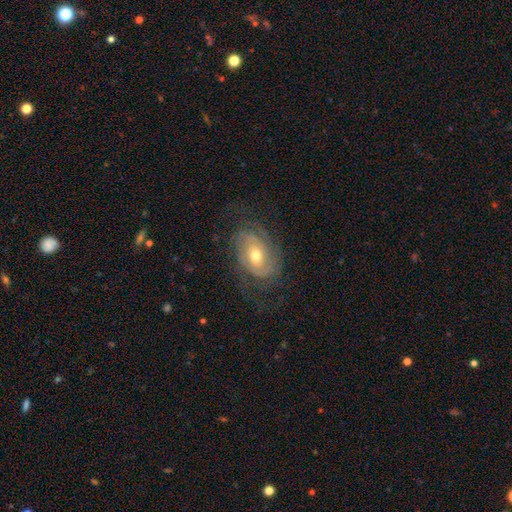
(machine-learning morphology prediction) The model was most divided on "spiral arm count": 2: 40%, can't tell: 32%, 3: 14%, 4: 5%, 1: 5%, more than 4: 4%. More confident: edge-on disk — no (95%); spiral arms — yes (89%); smooth or featured — featured or disk (77%); merging — none (68%); bar — no (64%); bulge size — moderate (63%); spiral winding — tight (50%).